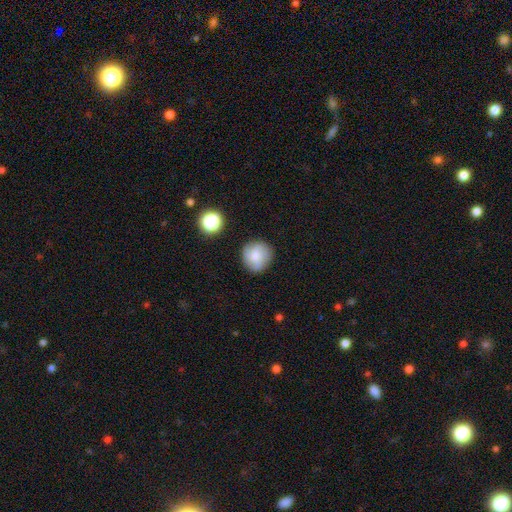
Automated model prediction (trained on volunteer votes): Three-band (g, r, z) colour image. It shows a smooth galaxy with no disk features (56%) that is round (89%). Merging: none (80%).